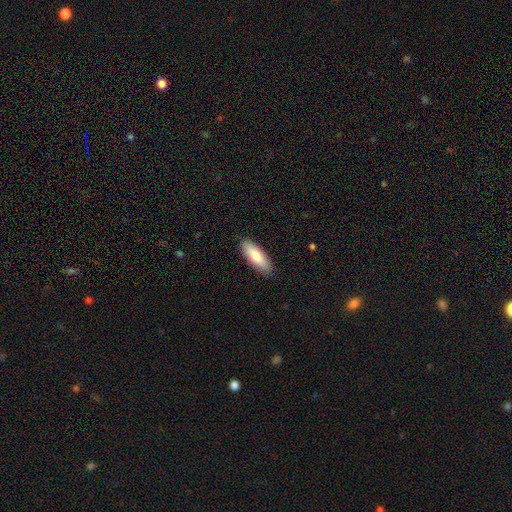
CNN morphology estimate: The model was most divided on "how rounded": in between: 64%, cigar-shaped: 34%, round: 2%. More confident: merging — none (89%); smooth or featured — smooth (80%).